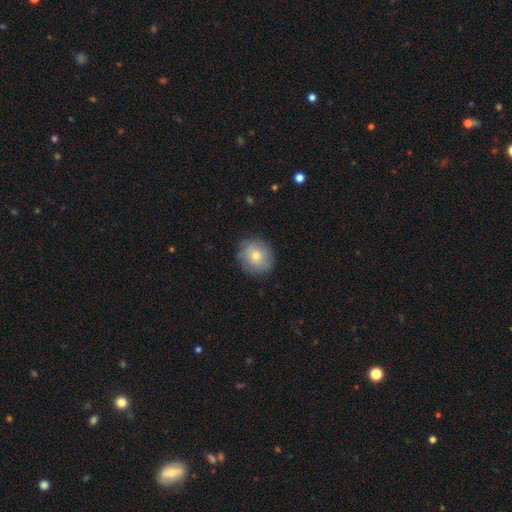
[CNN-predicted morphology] smooth_or_featured: smooth (p=0.66) [alt: featured or disk p=0.24]
how_rounded: round (p=0.83) [alt: in between p=0.16]
merging: none (p=0.83) [alt: minor disturbance p=0.13]